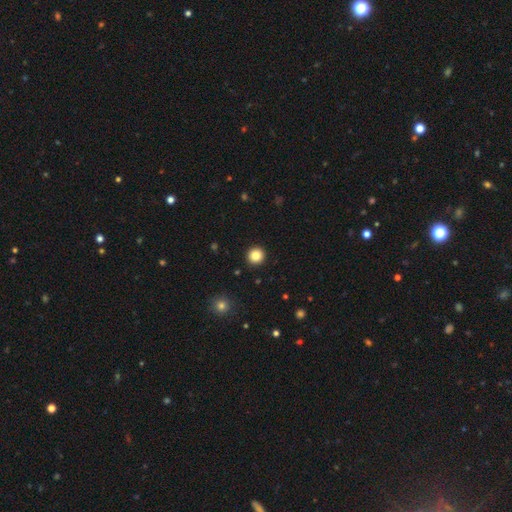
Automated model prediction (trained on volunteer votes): A smooth galaxy with no disk features (85%) that is round (95%).

Vote fractions:
- Smooth or featured? smooth: 85% / star or artifact: 11% / featured or disk: 4%
- How rounded? round: 95% / in between: 4% / cigar-shaped: 1%
- Merging? none: 93% / minor disturbance: 4% / major disturbance: 2% / merger: 1%